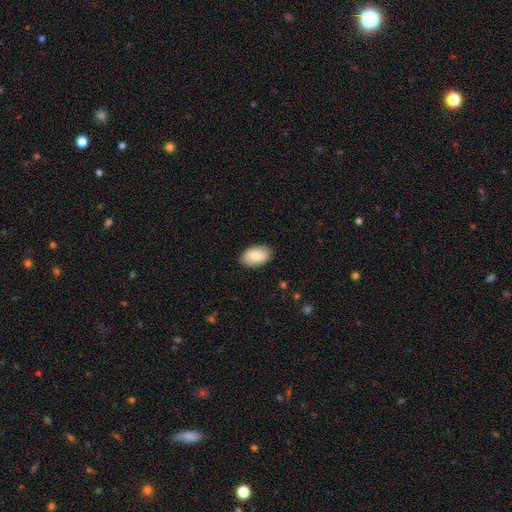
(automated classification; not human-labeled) This is likely a smooth galaxy (78%). How rounded: clearly in between (92%). Merging: clearly none (87%).